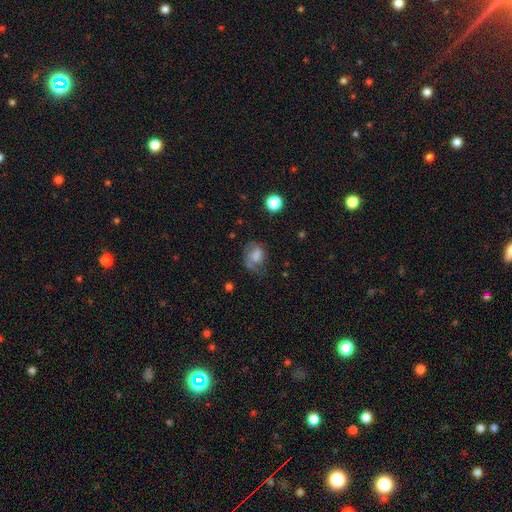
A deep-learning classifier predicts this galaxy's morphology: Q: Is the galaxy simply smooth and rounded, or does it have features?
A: smooth — 53%.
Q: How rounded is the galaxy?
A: in between — 58%.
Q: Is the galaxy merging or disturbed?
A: none — 45%.